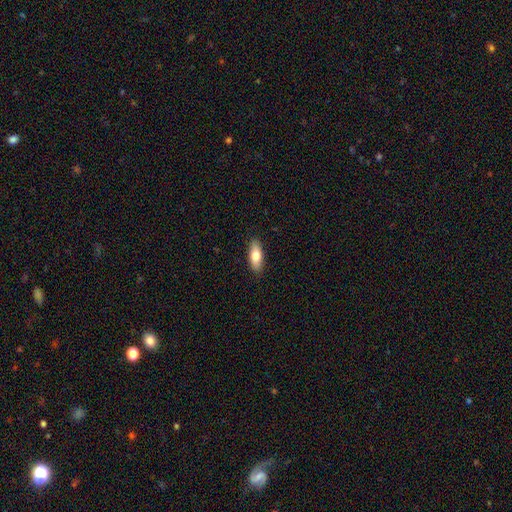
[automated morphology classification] This appears to be a smooth galaxy with no disk features (77%) that is in between round and cigar-shaped (75%). Merging: none (89%).